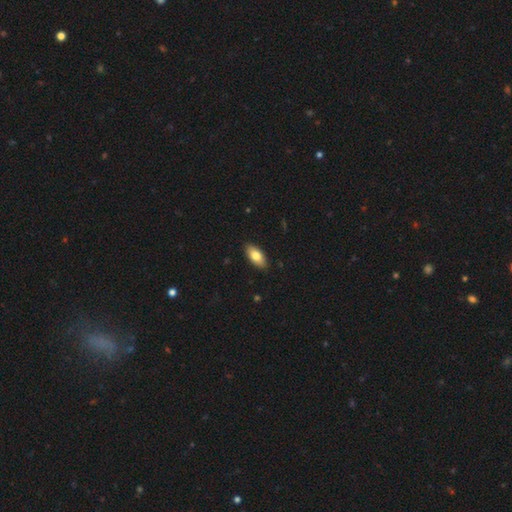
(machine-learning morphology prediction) Smooth or featured?
  - smooth: 79% *
  - featured or disk: 15%
  - star or artifact: 6%
How rounded?
  - in between: 89% *
  - cigar-shaped: 8%
  - round: 3%
Merging?
  - none: 89% *
  - minor disturbance: 8%
  - major disturbance: 2%
  - merger: 1%